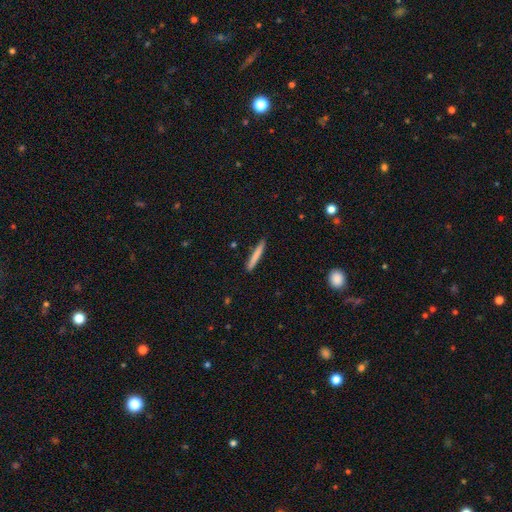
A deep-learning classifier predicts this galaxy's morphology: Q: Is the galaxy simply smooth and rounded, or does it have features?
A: smooth — 78%.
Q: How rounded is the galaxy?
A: cigar-shaped — 96%.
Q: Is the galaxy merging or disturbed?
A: none — 90%.